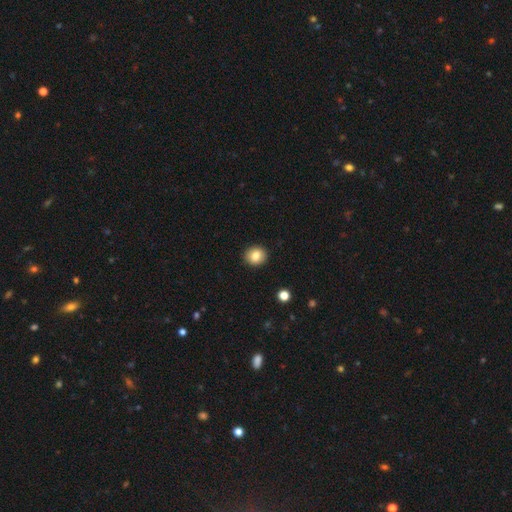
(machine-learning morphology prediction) Smooth or featured? Predicted: smooth (p=0.83). How rounded? Predicted: round (p=0.77). Merging? Predicted: none (p=0.91).